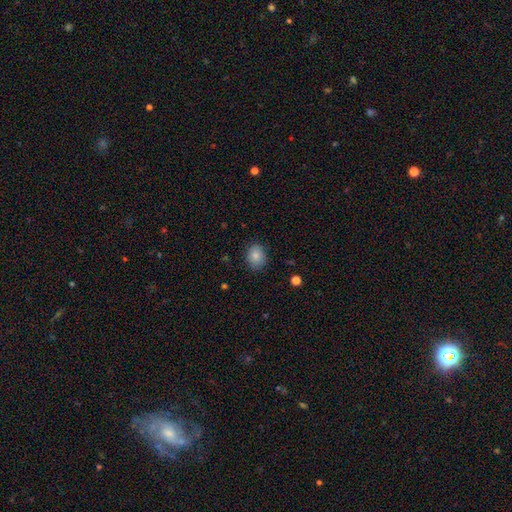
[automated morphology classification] smooth-or-featured: smooth: 84% | star or artifact: 8% | featured or disk: 7%
  how-rounded: round: 51% | in between: 48% | cigar-shaped: 1%
  merging: none: 86% | minor disturbance: 11% | major disturbance: 3% | merger: 1%